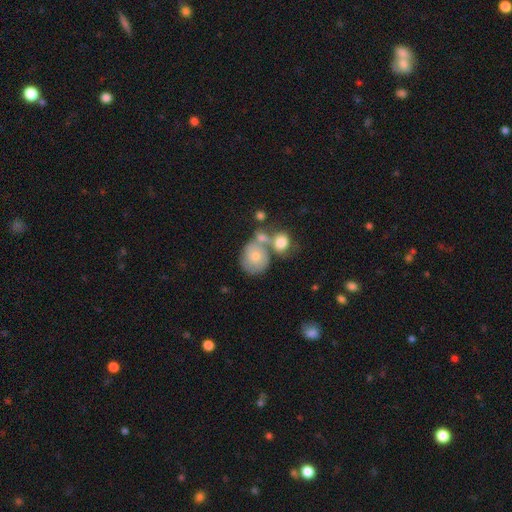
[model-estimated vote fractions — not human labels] This is possibly a smooth galaxy (47%). Merging: marginally merger (39%).